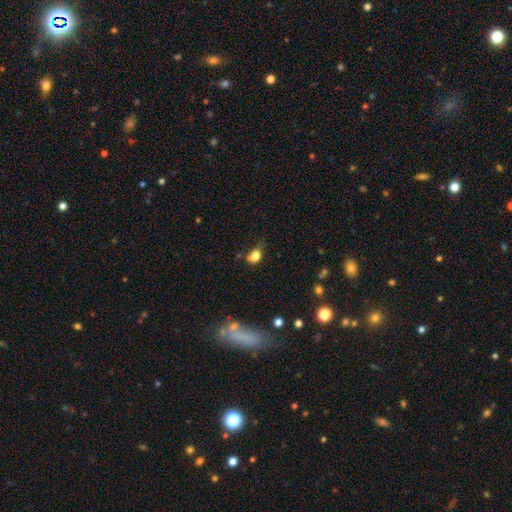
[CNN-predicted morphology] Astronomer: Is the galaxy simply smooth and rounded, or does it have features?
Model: smooth — 78%.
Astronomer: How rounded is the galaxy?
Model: in between — 69%.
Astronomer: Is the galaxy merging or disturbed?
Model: none — 39% (runner-up: minor disturbance, 34%).